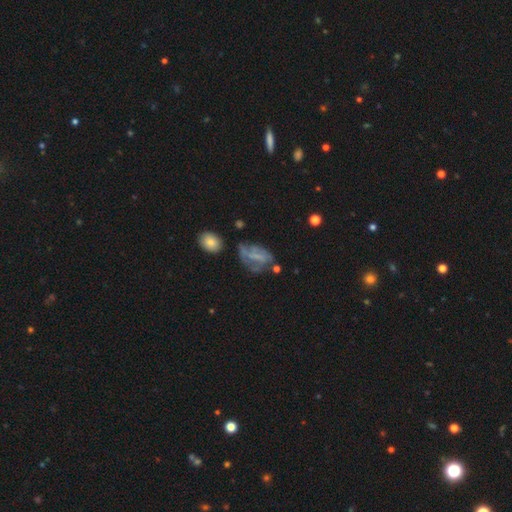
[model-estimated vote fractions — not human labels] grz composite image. It shows a featured or disk galaxy (54%) with no bar (52%), spiral arms (53%) and no central bulge (58%). Merging: none (39%).